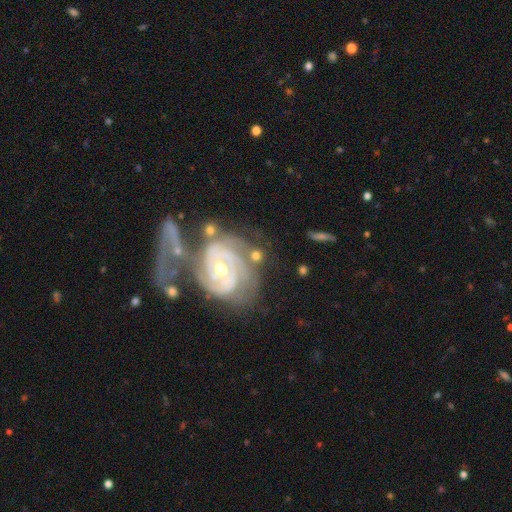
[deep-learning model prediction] A featured or disk galaxy (71%) with no bar (60%), 2 (36%) tight (67%) spiral arms (90%) and a moderate central bulge (69%). Merging: none (53%).